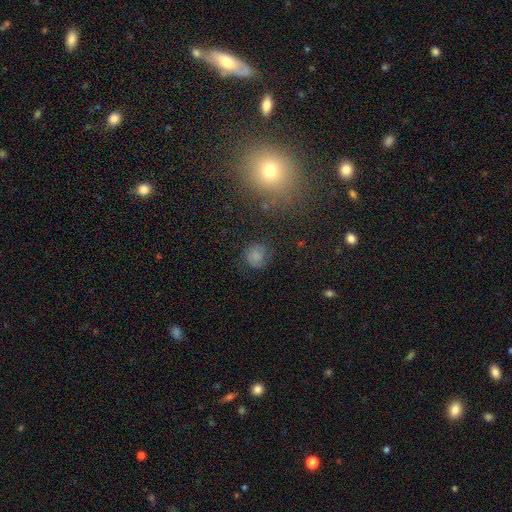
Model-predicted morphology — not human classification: A smooth galaxy with no disk features (63%) that is round (84%).

Vote fractions:
- Smooth or featured? smooth: 63% / featured or disk: 21% / star or artifact: 16%
- How rounded? round: 84% / in between: 15% / cigar-shaped: 1%
- Merging? none: 70% / minor disturbance: 19% / major disturbance: 9% / merger: 2%